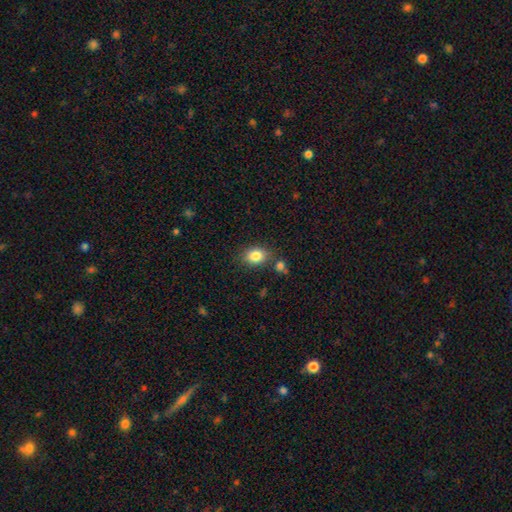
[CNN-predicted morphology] smooth 84%, star or artifact 9%, featured or disk 7%. Down the decision tree: how rounded — in between (64%); merging — none (75%).